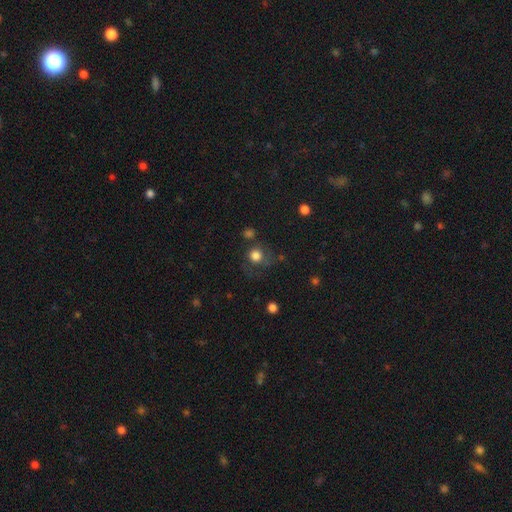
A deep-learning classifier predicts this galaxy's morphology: The model was most divided on "merging": none: 57%, minor disturbance: 18%, major disturbance: 18%, merger: 7%. More confident: how rounded — round (87%); smooth or featured — smooth (77%).